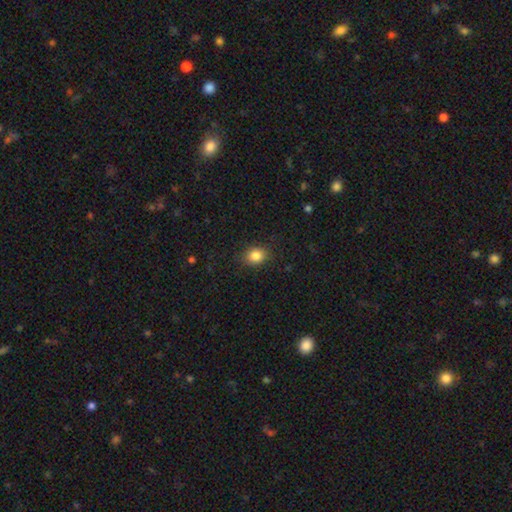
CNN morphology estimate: type=smooth (84%); roundness=round (58%); merging=none (86%).